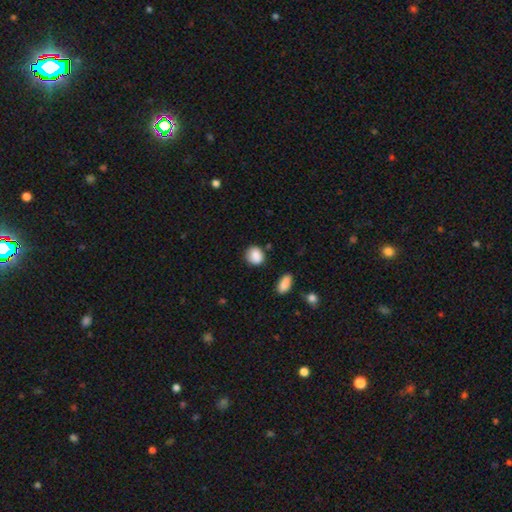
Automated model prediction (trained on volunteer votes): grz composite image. It shows a smooth galaxy with no disk features (87%) that is round (75%). Merging: none (77%).